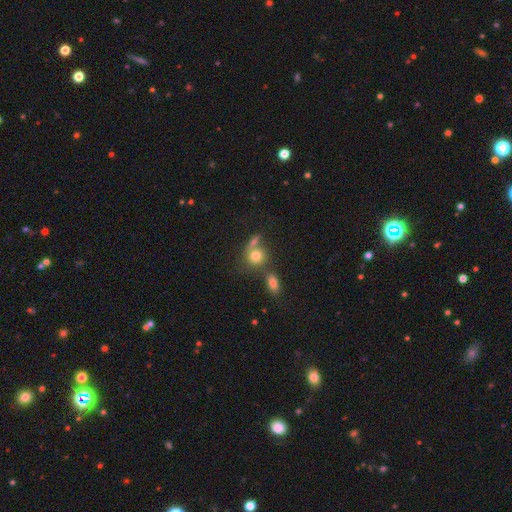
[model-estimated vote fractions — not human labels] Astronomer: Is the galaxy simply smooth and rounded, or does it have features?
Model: smooth — 75%.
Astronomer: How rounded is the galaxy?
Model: round — 72%.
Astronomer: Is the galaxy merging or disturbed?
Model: none — 44% (runner-up: merger, 37%).